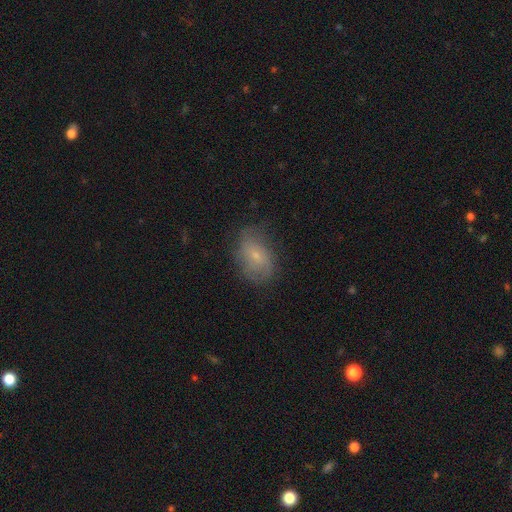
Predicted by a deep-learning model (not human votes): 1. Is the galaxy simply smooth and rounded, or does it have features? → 57% smooth, 33% featured or disk, 10% star or artifact.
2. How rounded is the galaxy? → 79% in between, 19% round, 2% cigar-shaped.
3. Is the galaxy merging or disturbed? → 66% none, 23% minor disturbance, 9% major disturbance, 1% merger.